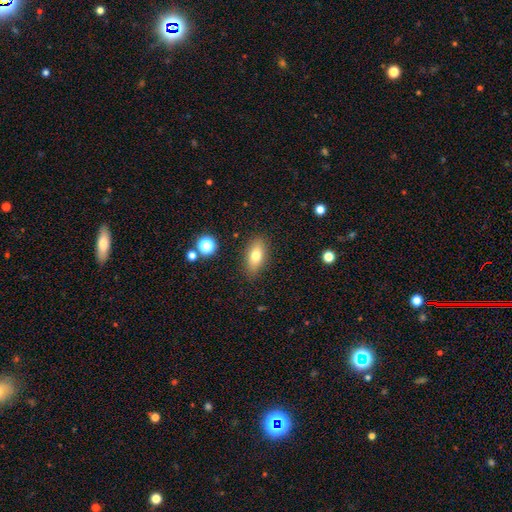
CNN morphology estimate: smooth 74%, featured or disk 17%, star or artifact 9%. Down the decision tree: how rounded — in between (81%); merging — none (86%).